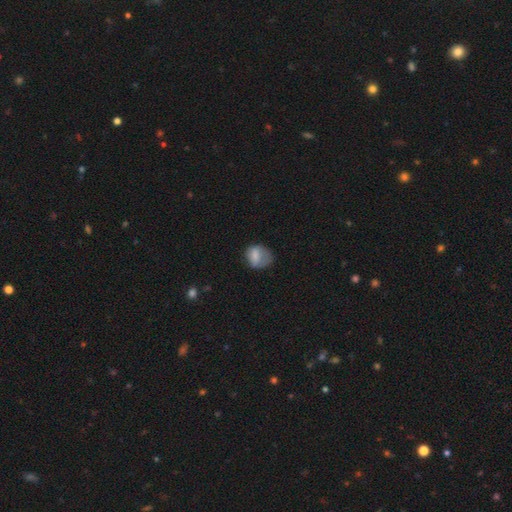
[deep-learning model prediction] Smooth or featured? Predicted: smooth (p=0.72). How rounded? Predicted: round (p=0.51). Merging? Predicted: none (p=0.42).